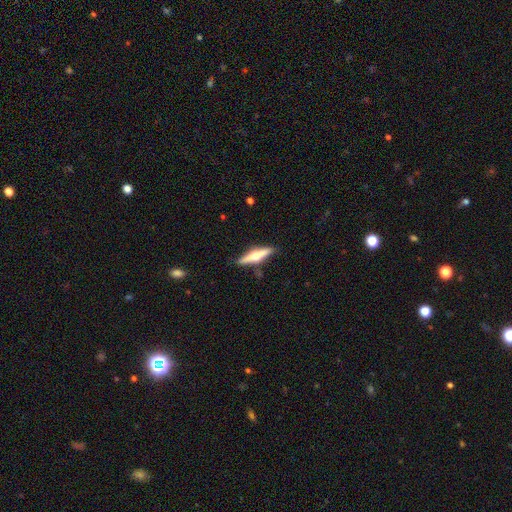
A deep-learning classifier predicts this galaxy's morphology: type=featured or disk (61%); edge-on=yes (96%); edge-on bulge=rounded (93%); merging=none (86%).